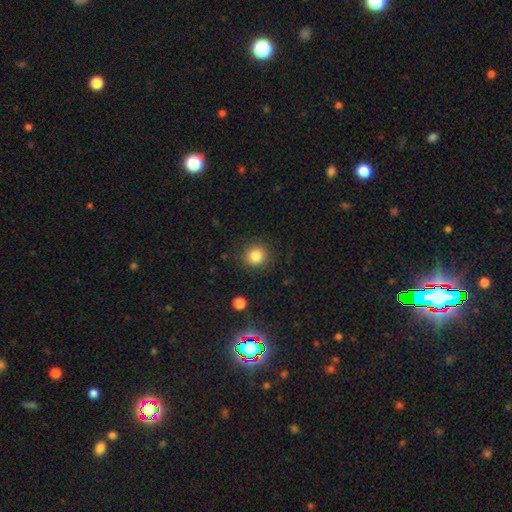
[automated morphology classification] smooth 83%, star or artifact 11%, featured or disk 5%. Down the decision tree: how rounded — round (93%); merging — none (89%).